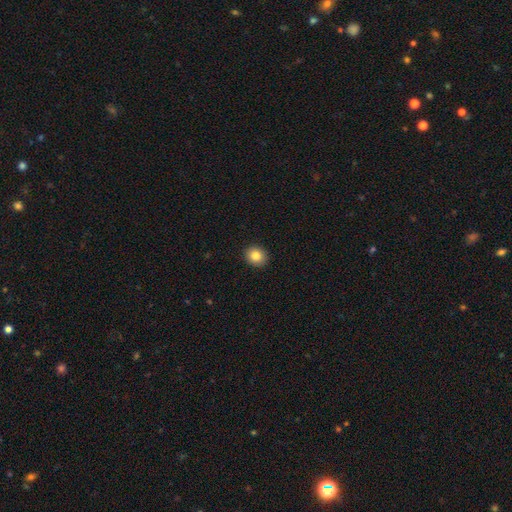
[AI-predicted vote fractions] Smooth or featured? smooth (84%)
How rounded? round (79%)
Merging? none (92%)